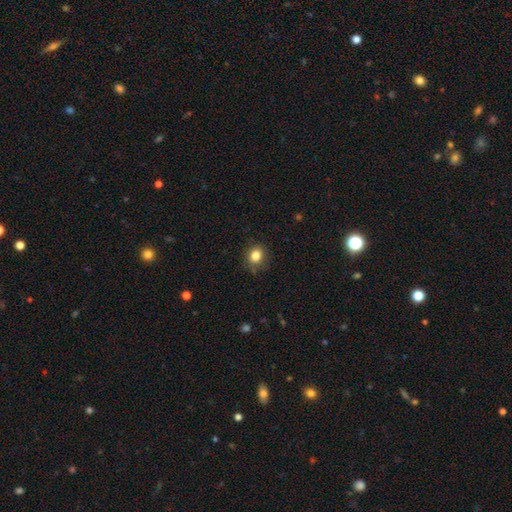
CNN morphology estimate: This appears to be a smooth galaxy with no disk features (84%) that is round (74%). Merging: none (81%).